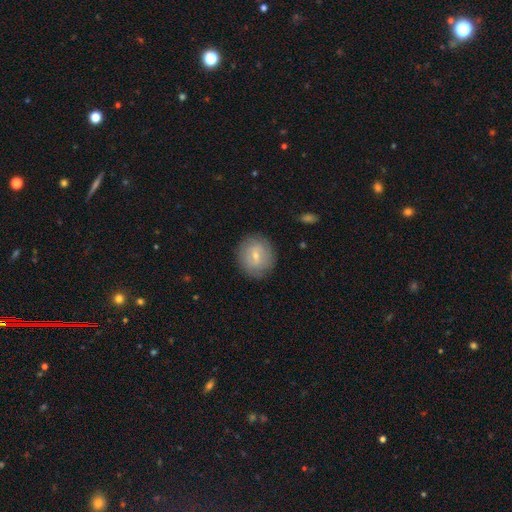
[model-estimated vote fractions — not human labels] The model was most divided on "smooth or featured": smooth: 53%, featured or disk: 39%, star or artifact: 8%. More confident: merging — none (84%); how rounded — round (82%).